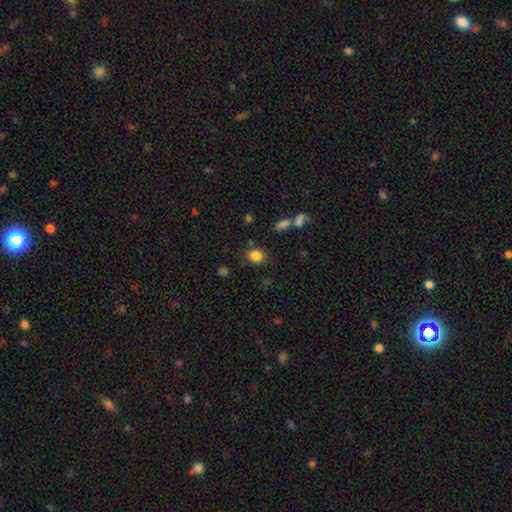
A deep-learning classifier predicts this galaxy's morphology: Overall: smooth (84%). How rounded: round (62%; in between 36%). Merging: none (81%).